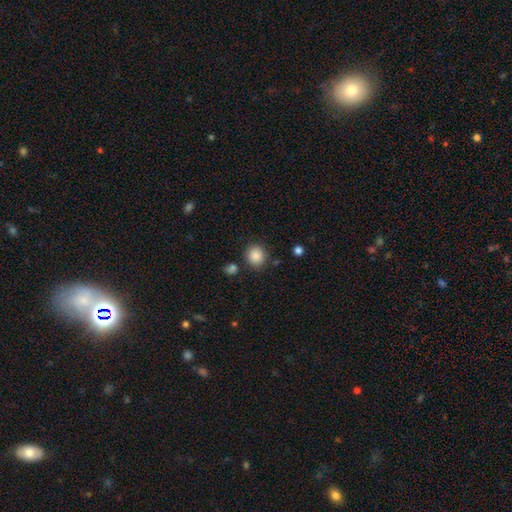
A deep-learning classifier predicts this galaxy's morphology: smooth-or-featured: smooth: 87% | star or artifact: 9% | featured or disk: 4%
  how-rounded: round: 82% | in between: 17% | cigar-shaped: 1%
  merging: none: 83% | minor disturbance: 9% | merger: 4% | major disturbance: 3%